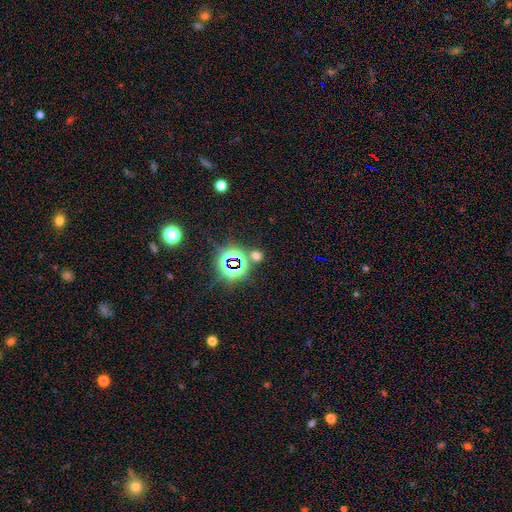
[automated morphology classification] Overall: star or artifact (54%; smooth 39%).